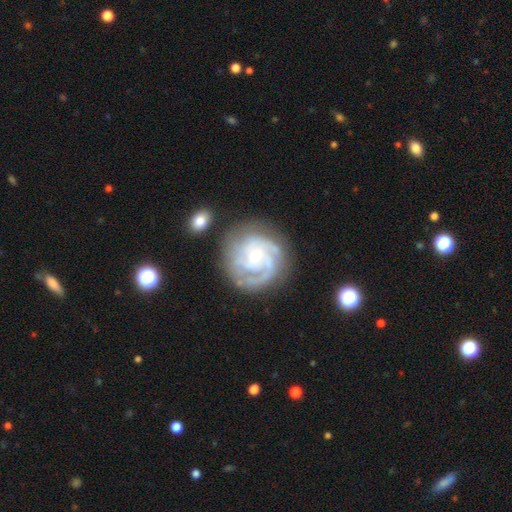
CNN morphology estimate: Smooth or featured? Predicted: featured or disk (p=0.86). Edge-on disk? Predicted: no (p=0.98). Bar? Predicted: no (p=0.71). Spiral arms? Predicted: yes (p=0.96). Spiral winding? Predicted: tight (p=0.65). Spiral arm count? Predicted: 3 (p=0.40). Bulge size? Predicted: small (p=0.68). Merging? Predicted: none (p=0.73).